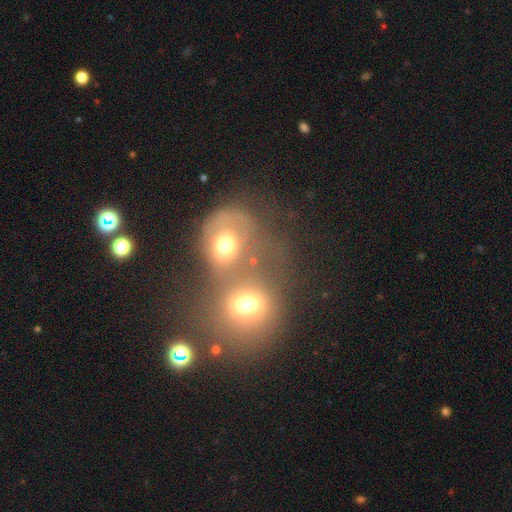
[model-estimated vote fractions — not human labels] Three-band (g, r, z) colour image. It shows a smooth galaxy with no disk features (45%). Merging: merger (73%).